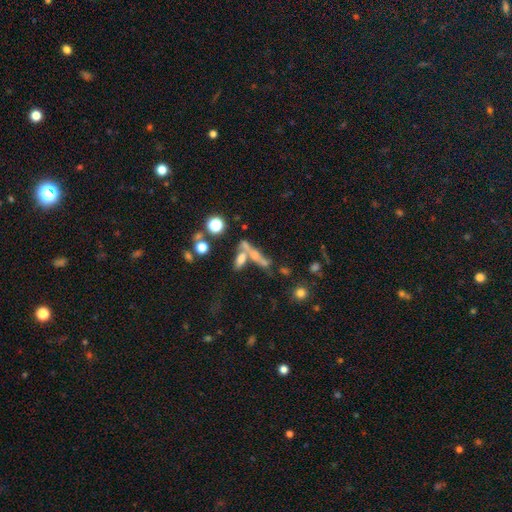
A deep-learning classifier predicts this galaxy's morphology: Q: Smooth or featured?
A: smooth (44%); runner-up: featured or disk (39%)
Q: Merging?
A: merger (43%); runner-up: none (37%)